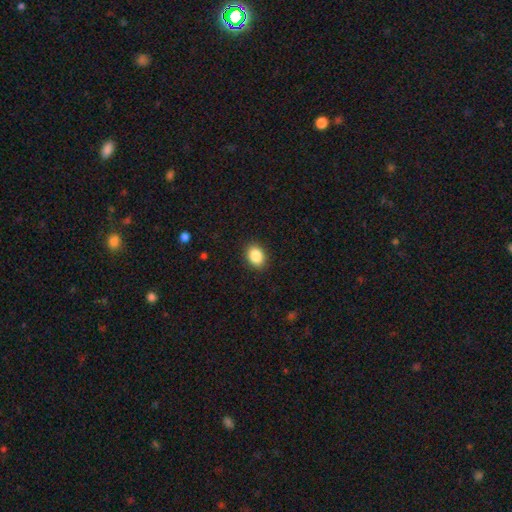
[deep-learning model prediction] A smooth galaxy with no disk features (87%) that is in between round and cigar-shaped (72%).

Vote fractions:
- Smooth or featured? smooth: 87% / star or artifact: 8% / featured or disk: 5%
- How rounded? in between: 72% / round: 27% / cigar-shaped: 1%
- Merging? none: 89% / minor disturbance: 8% / major disturbance: 2% / merger: 1%